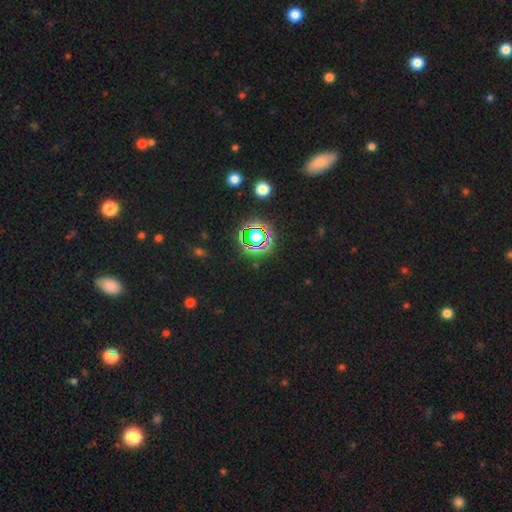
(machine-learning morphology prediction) smooth_or_featured: star or artifact (p=0.75) [alt: smooth p=0.17]